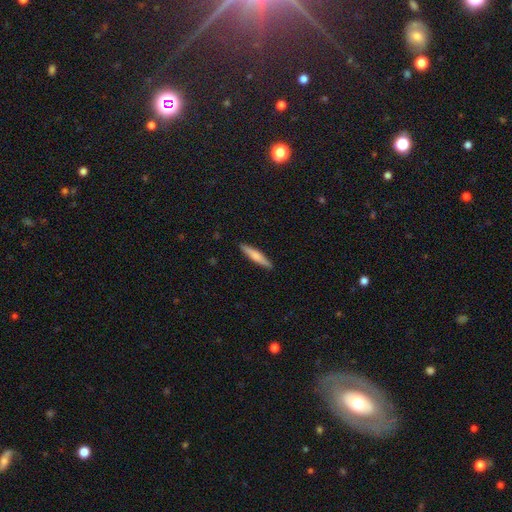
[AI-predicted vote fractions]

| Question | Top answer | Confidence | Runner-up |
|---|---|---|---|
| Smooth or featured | smooth | 65% | featured or disk (29%) |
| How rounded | cigar-shaped | 90% | in between (8%) |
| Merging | none | 91% | minor disturbance (7%) |